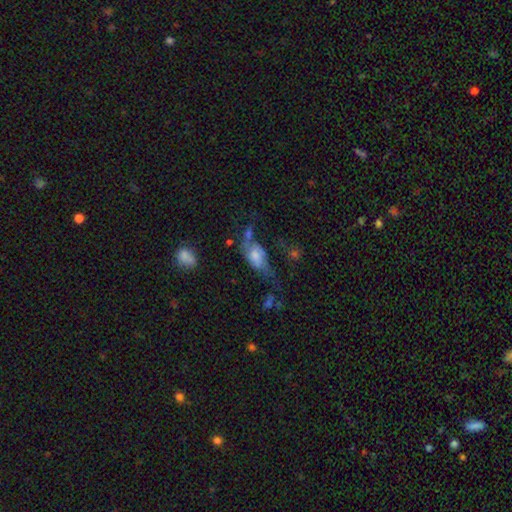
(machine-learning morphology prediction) This is possibly a smooth galaxy (49%). Merging: marginally major disturbance (37%).